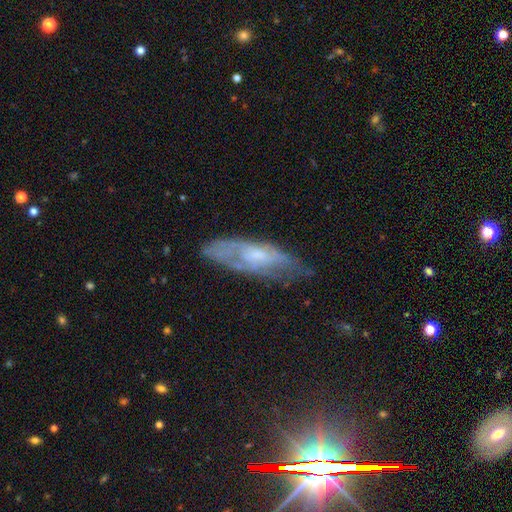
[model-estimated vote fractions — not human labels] A featured or disk galaxy (57%). Merging: none (59%).